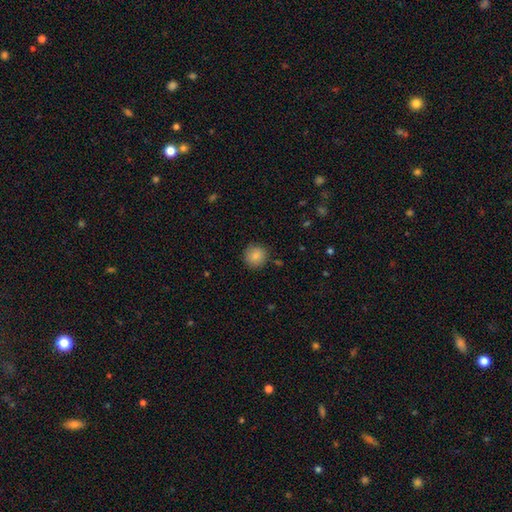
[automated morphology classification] A smooth galaxy with no disk features (86%) that is round (93%). Merging: none (87%).